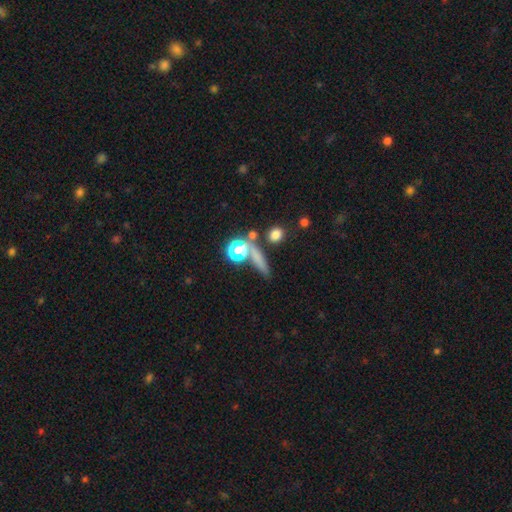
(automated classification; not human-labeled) This is possibly a smooth galaxy (59%). How rounded: possibly cigar-shaped (48%). Merging: likely none (64%).